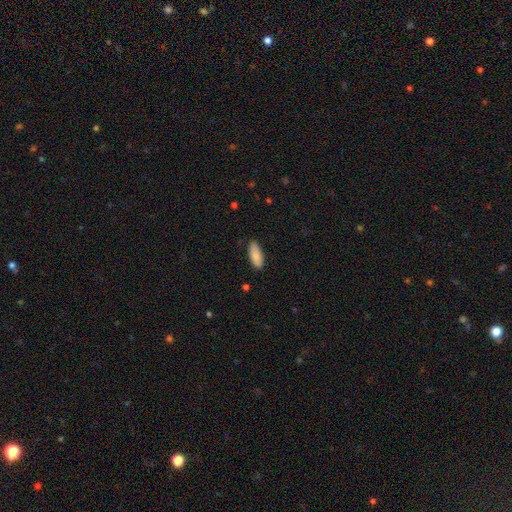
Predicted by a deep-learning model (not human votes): smooth_or_featured: smooth (p=0.88) [alt: star or artifact p=0.06]
how_rounded: in between (p=0.74) [alt: cigar-shaped p=0.24]
merging: none (p=0.85) [alt: minor disturbance p=0.12]